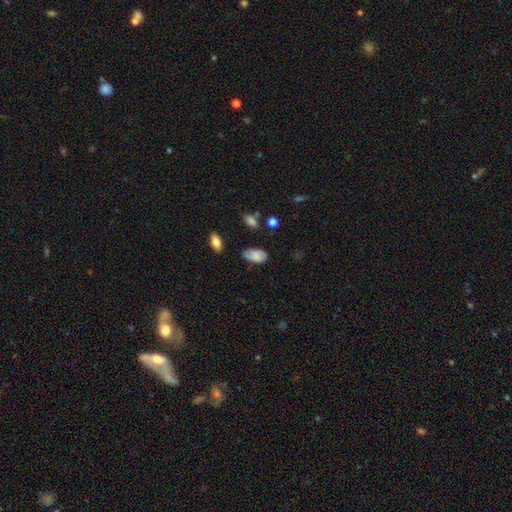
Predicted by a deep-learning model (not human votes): smooth_or_featured: smooth (p=0.79) [alt: featured or disk p=0.13]
how_rounded: in between (p=0.94) [alt: round p=0.04]
merging: none (p=0.66) [alt: minor disturbance p=0.25]